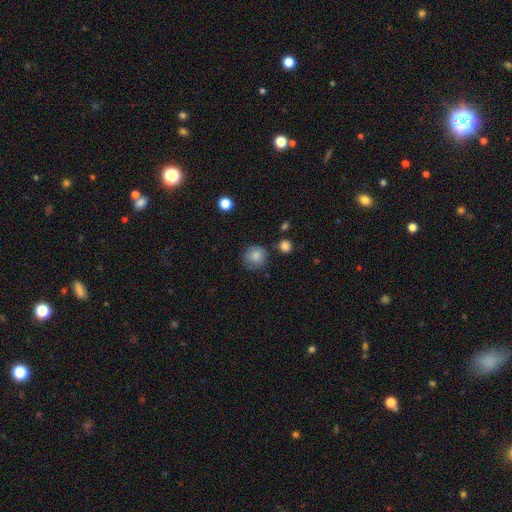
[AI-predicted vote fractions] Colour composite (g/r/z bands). It shows a smooth galaxy with no disk features (84%) that is round (91%). Merging: none (79%).